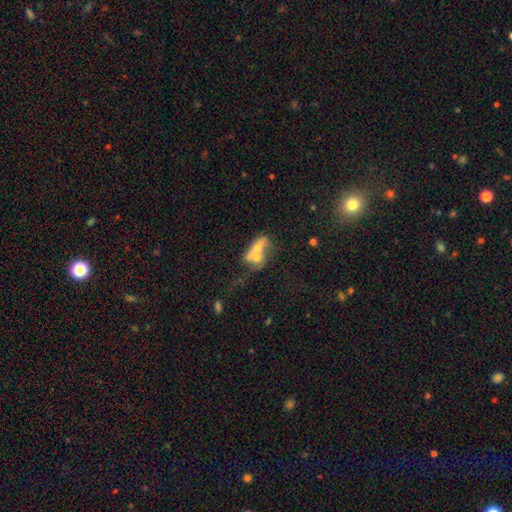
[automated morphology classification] This is possibly a smooth galaxy (46%). Merging: likely merger (61%).